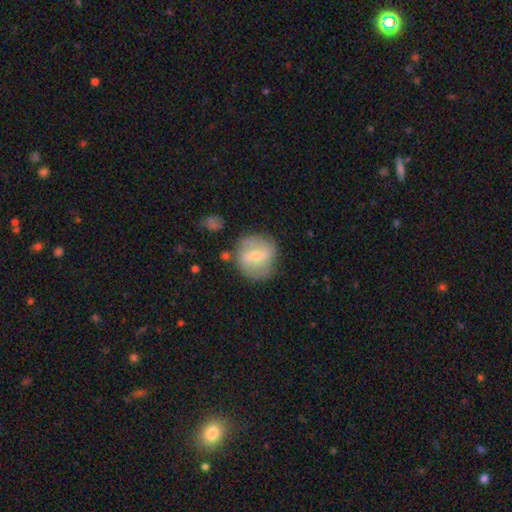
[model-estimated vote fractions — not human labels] This appears to be a featured or disk galaxy (57%) with a weak bar (51%), spiral arms (71%) and a moderate central bulge (55%). Merging: none (73%).